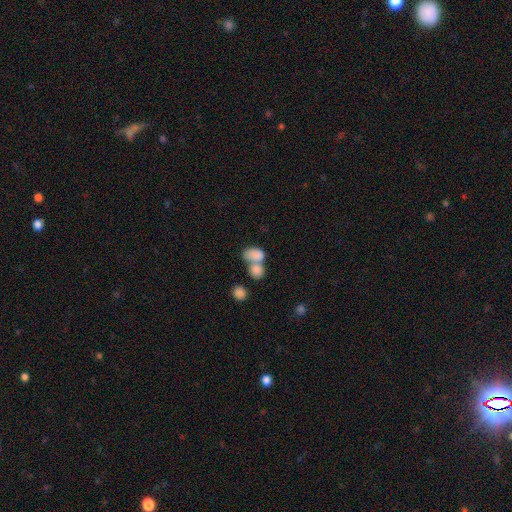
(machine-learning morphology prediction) The model was most divided on "merging": merger: 66%, none: 20%, minor disturbance: 8%, major disturbance: 6%. More confident: smooth or featured — smooth (80%); how rounded — in between (76%).